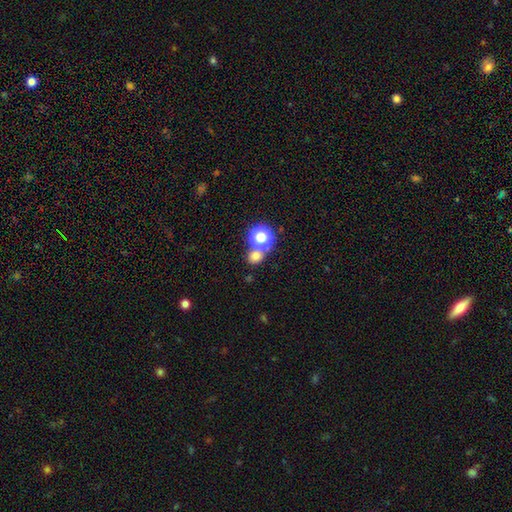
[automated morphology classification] This appears to be a smooth galaxy with no disk features (69%) that is round (81%). Merging: none (64%).